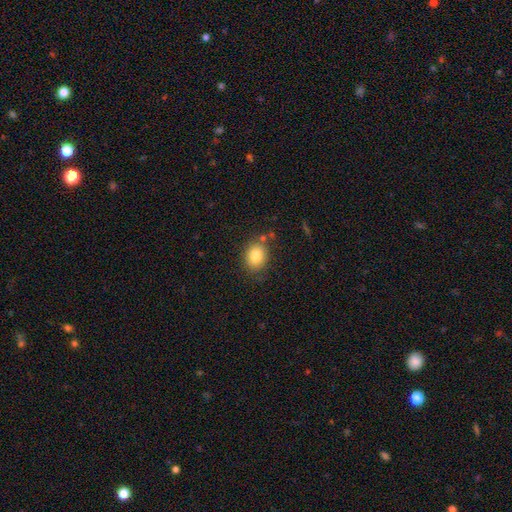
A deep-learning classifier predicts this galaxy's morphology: This appears to be a smooth galaxy with no disk features (82%) that is in between round and cigar-shaped (52%). Merging: none (80%).